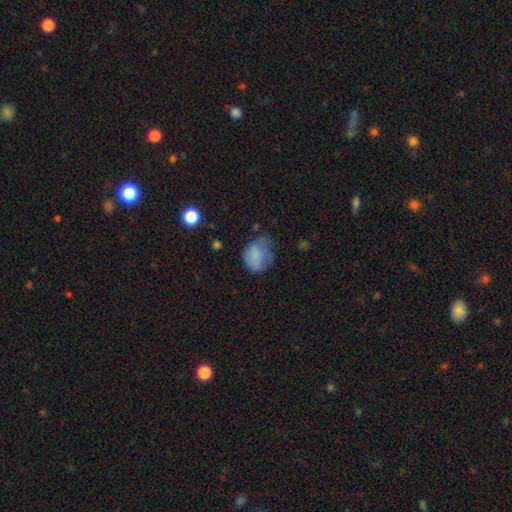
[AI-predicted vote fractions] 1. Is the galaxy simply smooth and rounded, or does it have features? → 73% smooth, 16% featured or disk, 11% star or artifact.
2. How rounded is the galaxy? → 59% in between, 40% round, 1% cigar-shaped.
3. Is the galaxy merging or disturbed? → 40% none, 35% minor disturbance, 23% major disturbance, 3% merger.